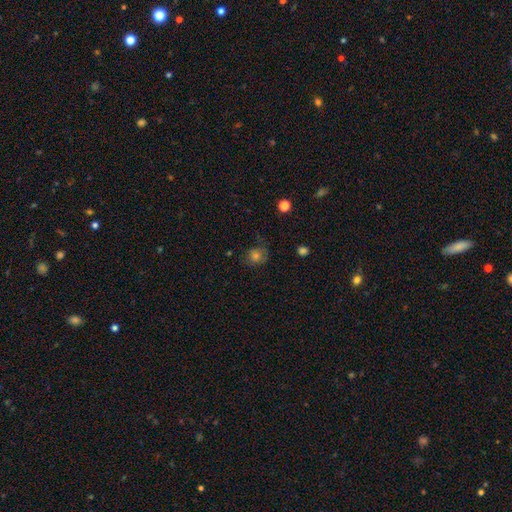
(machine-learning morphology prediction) Smooth or featured?
  - smooth: 67% *
  - star or artifact: 17%
  - featured or disk: 16%
How rounded?
  - round: 78% *
  - in between: 21%
  - cigar-shaped: 1%
Merging?
  - none: 64% *
  - minor disturbance: 23%
  - major disturbance: 12%
  - merger: 2%